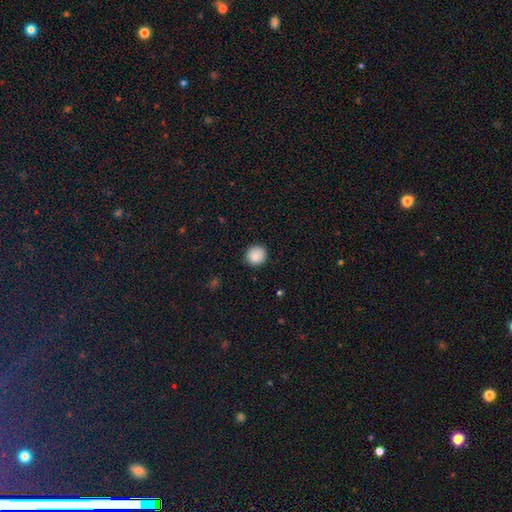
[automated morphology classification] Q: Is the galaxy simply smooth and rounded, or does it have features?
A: smooth — 87%.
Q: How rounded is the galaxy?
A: round — 91%.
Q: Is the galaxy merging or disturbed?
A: none — 89%.